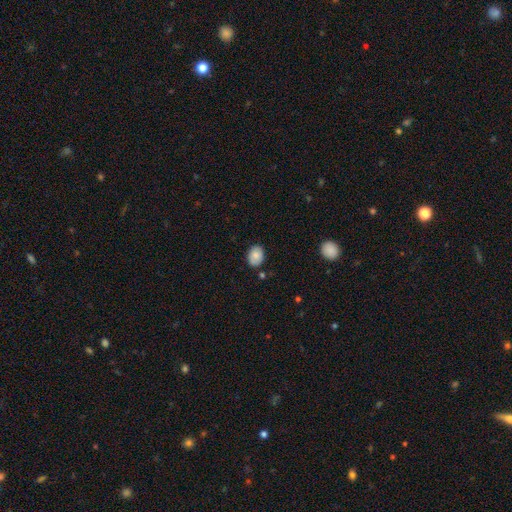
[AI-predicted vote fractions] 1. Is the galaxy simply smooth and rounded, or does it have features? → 84% smooth, 8% featured or disk, 8% star or artifact.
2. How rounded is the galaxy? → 68% in between, 31% round, 1% cigar-shaped.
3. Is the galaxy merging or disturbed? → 82% none, 13% minor disturbance, 3% merger, 2% major disturbance.